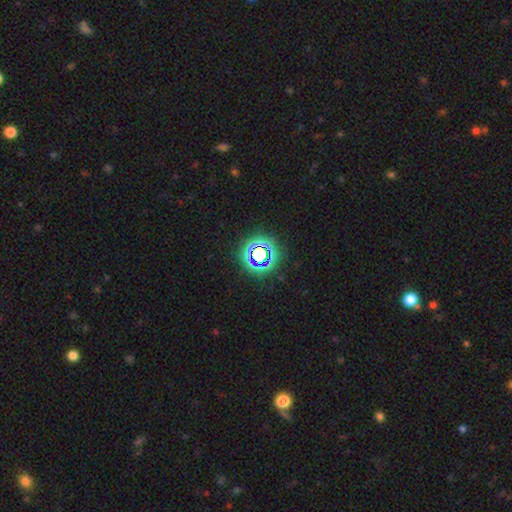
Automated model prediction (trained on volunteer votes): smooth_or_featured: star or artifact (p=0.64) [alt: smooth p=0.24]